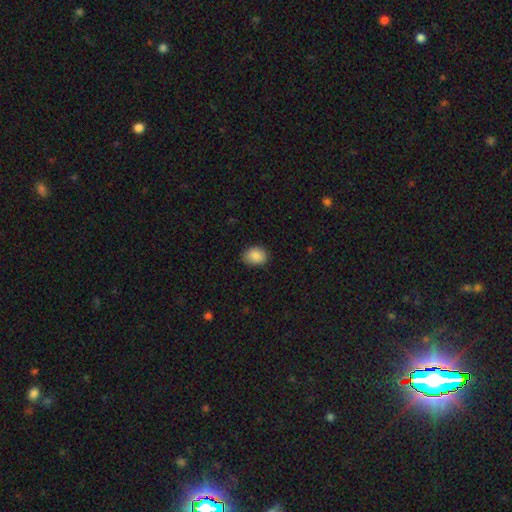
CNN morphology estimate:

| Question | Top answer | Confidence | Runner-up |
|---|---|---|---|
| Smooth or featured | smooth | 88% | star or artifact (8%) |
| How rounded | in between | 62% | round (37%) |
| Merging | none | 80% | minor disturbance (16%) |